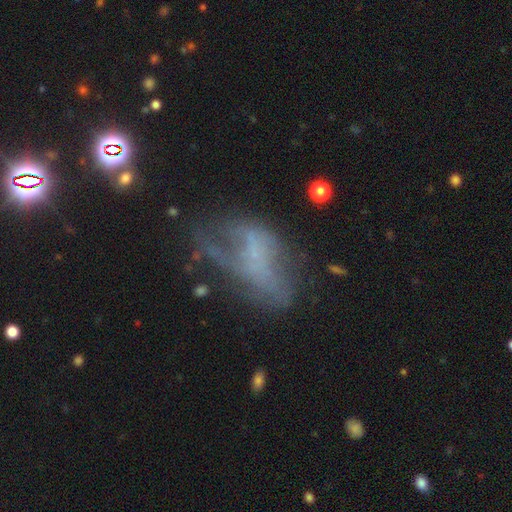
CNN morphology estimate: featured or disk 51%, smooth 31%, star or artifact 19%. Down the decision tree: edge-on disk — no (93%); merging — major disturbance (40%).